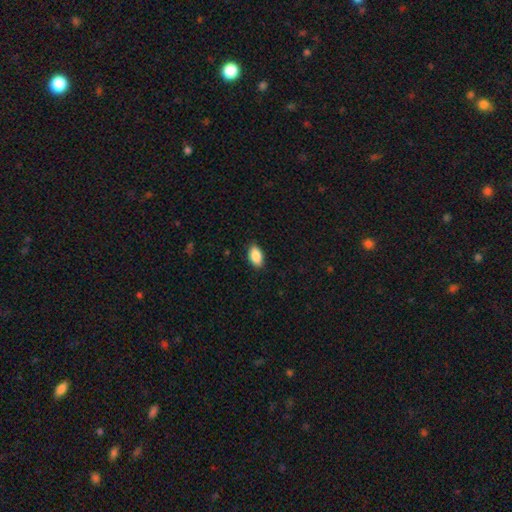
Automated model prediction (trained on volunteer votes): Smooth or featured? Predicted: smooth (p=0.89). How rounded? Predicted: in between (p=0.93). Merging? Predicted: none (p=0.88).